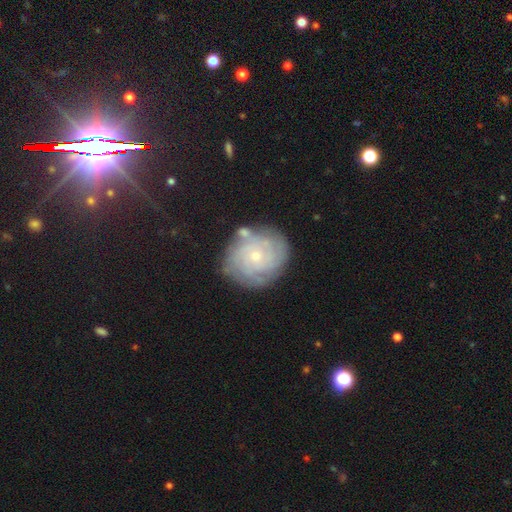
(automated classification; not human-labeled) smooth-or-featured: featured or disk: 76% | smooth: 17% | star or artifact: 7%
  disk-edge-on: no: 98% | yes: 2%
    bar: no: 80% | weak: 17% | strong: 3%
    has-spiral-arms: yes: 92% | no: 8%
      spiral-winding: tight: 78% | medium: 17% | loose: 5%
      spiral-arm-count: can't tell: 42% | 4: 17% | 3: 15% | 2: 11% | more than 4: 8% | 1: 6%
    bulge-size: small: 71% | moderate: 25% | none: 1% | large: 1% | dominant: 1%
  merging: none: 76% | minor disturbance: 14% | major disturbance: 5% | merger: 4%